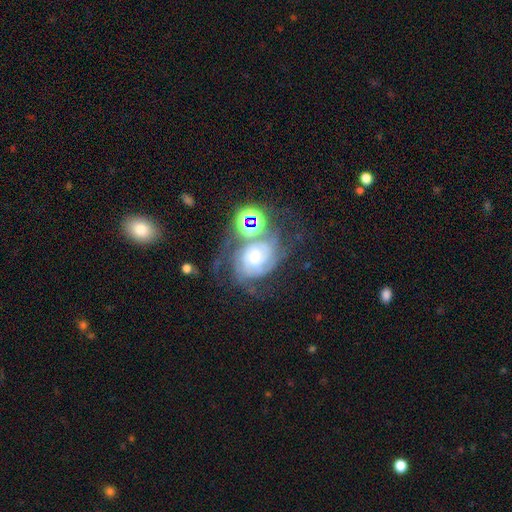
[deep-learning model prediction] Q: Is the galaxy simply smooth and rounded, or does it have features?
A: featured or disk — 74%.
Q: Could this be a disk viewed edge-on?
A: no — 97%.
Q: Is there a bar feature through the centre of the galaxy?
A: no — 60%.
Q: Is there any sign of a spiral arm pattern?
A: yes — 92%.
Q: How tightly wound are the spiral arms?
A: tight — 61%.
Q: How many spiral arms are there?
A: can't tell — 37%.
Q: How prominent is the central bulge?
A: small — 43%.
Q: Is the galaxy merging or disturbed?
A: none — 45%.